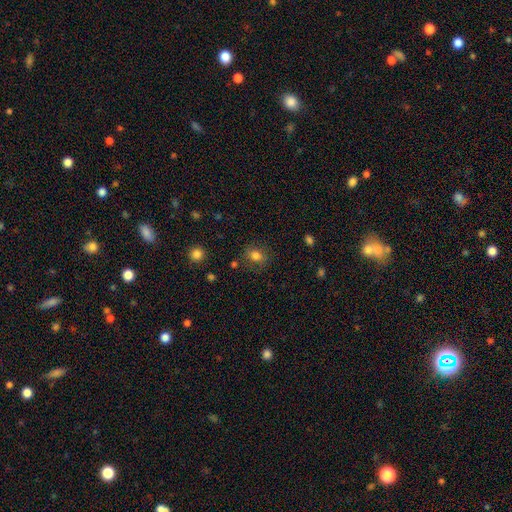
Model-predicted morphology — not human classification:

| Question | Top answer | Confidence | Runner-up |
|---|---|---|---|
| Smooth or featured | smooth | 79% | star or artifact (12%) |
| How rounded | round | 55% | in between (44%) |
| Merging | none | 75% | minor disturbance (16%) |